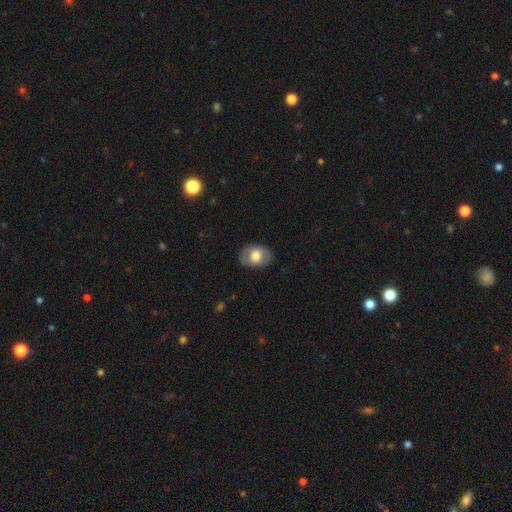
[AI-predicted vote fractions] smooth_or_featured: smooth (p=0.72) [alt: featured or disk p=0.21]
how_rounded: in between (p=0.75) [alt: round p=0.24]
merging: none (p=0.83) [alt: minor disturbance p=0.13]